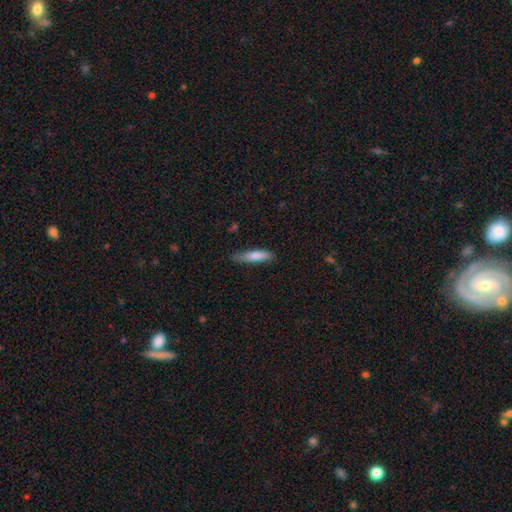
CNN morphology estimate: smooth_or_featured: smooth (p=0.80) [alt: featured or disk p=0.14]
how_rounded: cigar-shaped (p=0.76) [alt: in between p=0.23]
merging: none (p=0.73) [alt: minor disturbance p=0.22]